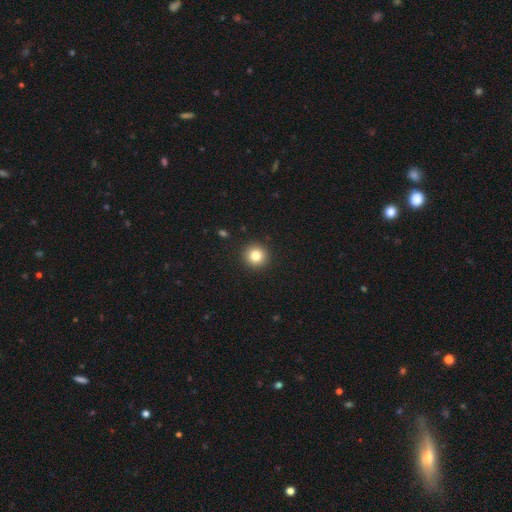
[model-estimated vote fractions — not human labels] Smooth or featured? Predicted: smooth (p=0.82). How rounded? Predicted: round (p=0.95). Merging? Predicted: none (p=0.92).